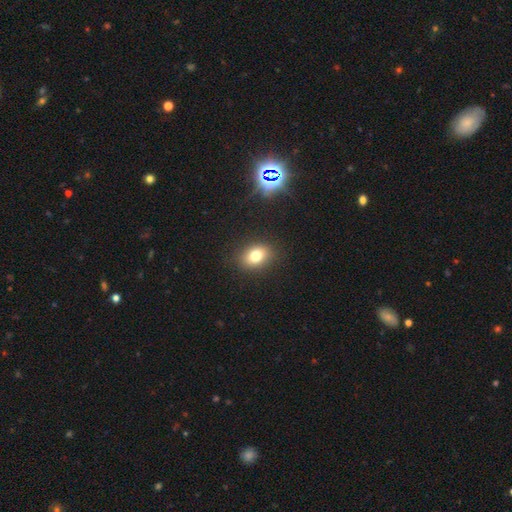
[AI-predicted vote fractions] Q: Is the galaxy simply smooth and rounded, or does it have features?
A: smooth — 77%.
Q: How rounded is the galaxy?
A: in between — 66%.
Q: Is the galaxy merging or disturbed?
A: none — 87%.